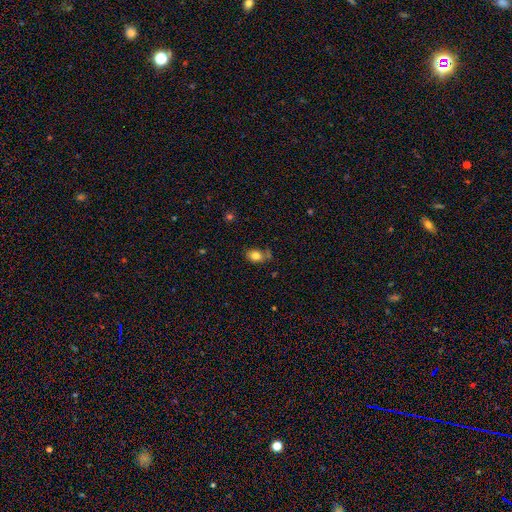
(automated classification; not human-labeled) Smooth or featured? smooth (80%)
How rounded? in between (69%)
Merging? none (64%)